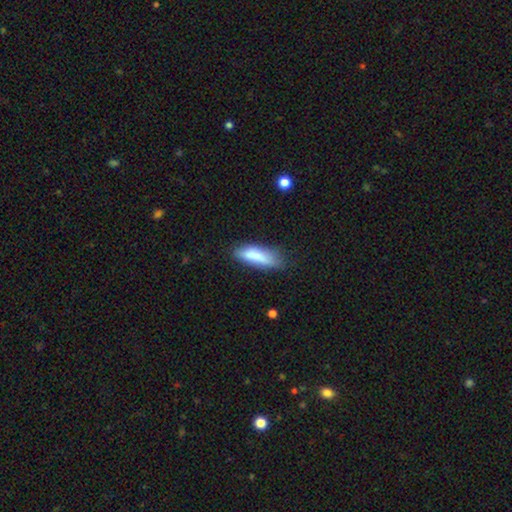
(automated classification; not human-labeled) Smooth or featured: smooth — 81% (featured or disk — 12%)
How rounded: in between — 52% (cigar-shaped — 46%)
Merging: none — 61% (minor disturbance — 28%)